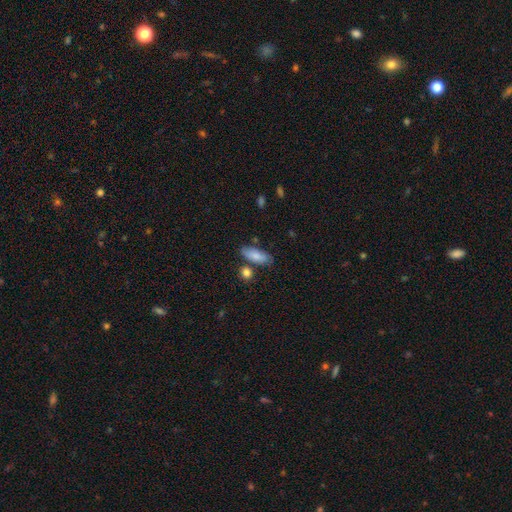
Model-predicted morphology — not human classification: Q: Smooth or featured?
A: smooth (81%); runner-up: featured or disk (12%)
Q: How rounded?
A: in between (77%); runner-up: cigar-shaped (20%)
Q: Merging?
A: none (72%); runner-up: minor disturbance (16%)